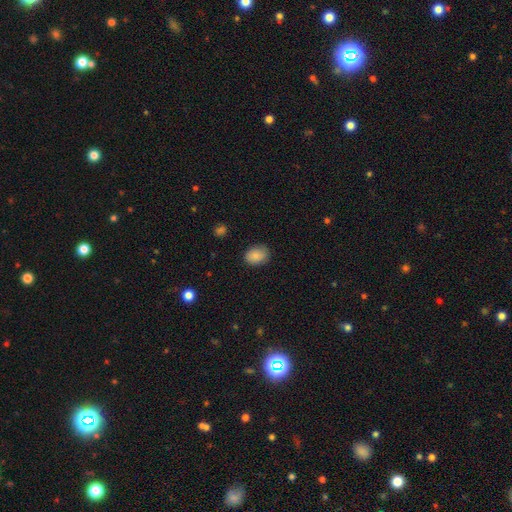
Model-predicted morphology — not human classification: Overall: smooth (86%). How rounded: in between (68%; round 31%). Merging: none (82%).